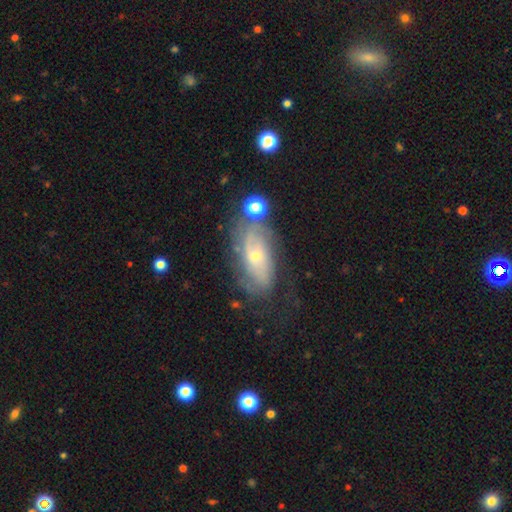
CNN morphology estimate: Smooth or featured? featured or disk (70%)
Edge-on disk? no (90%)
Bar? no (73%)
Spiral arms? yes (81%)
Spiral winding? tight (54%)
Spiral arm count? can't tell (49%)
Bulge size? small (63%)
Merging? none (58%)